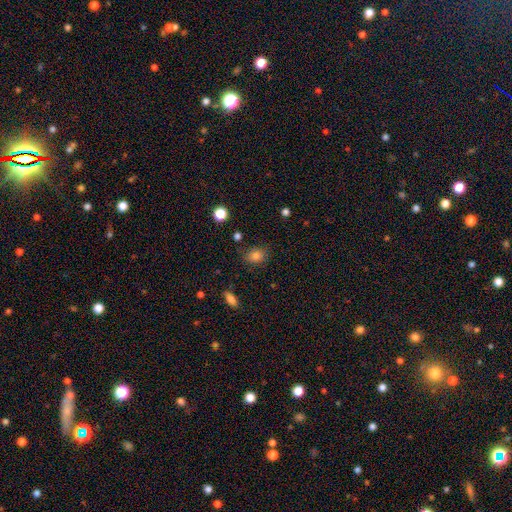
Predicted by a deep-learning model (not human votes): Overall: smooth (82%). How rounded: round (50%; in between 49%). Merging: none (78%).